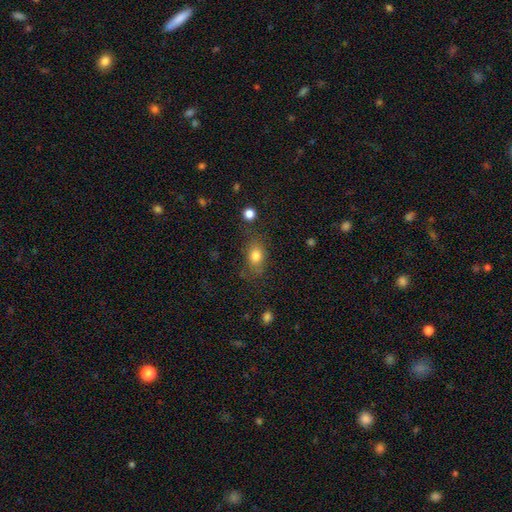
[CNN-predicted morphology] smooth_or_featured: smooth (p=0.80) [alt: star or artifact p=0.10]
how_rounded: in between (p=0.70) [alt: round p=0.28]
merging: none (p=0.69) [alt: minor disturbance p=0.20]